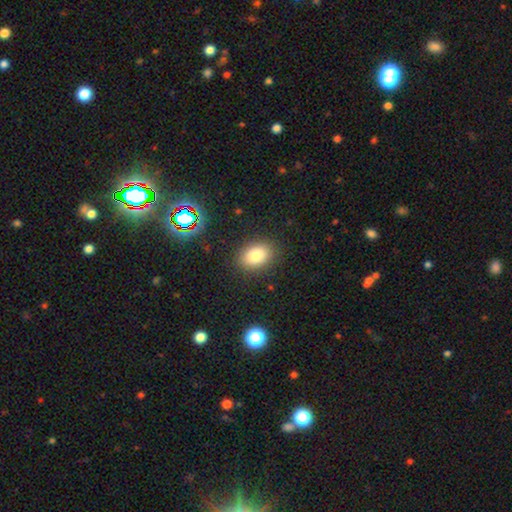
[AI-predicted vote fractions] Smooth or featured? Predicted: smooth (p=0.80). How rounded? Predicted: in between (p=0.77). Merging? Predicted: none (p=0.86).